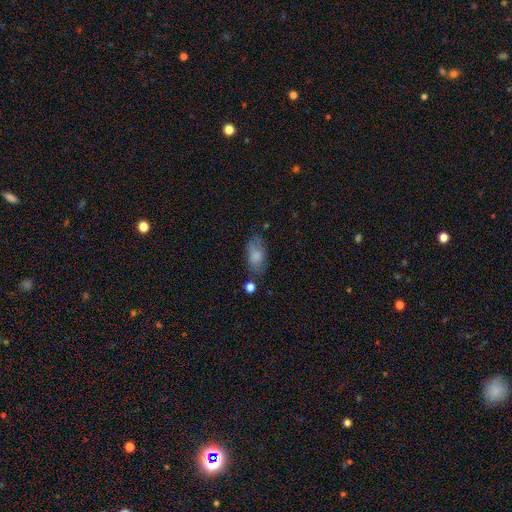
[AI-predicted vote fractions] Smooth or featured?
  - smooth: 79% *
  - featured or disk: 14%
  - star or artifact: 8%
How rounded?
  - in between: 91% *
  - round: 5%
  - cigar-shaped: 4%
Merging?
  - none: 59% *
  - minor disturbance: 26%
  - major disturbance: 9%
  - merger: 6%